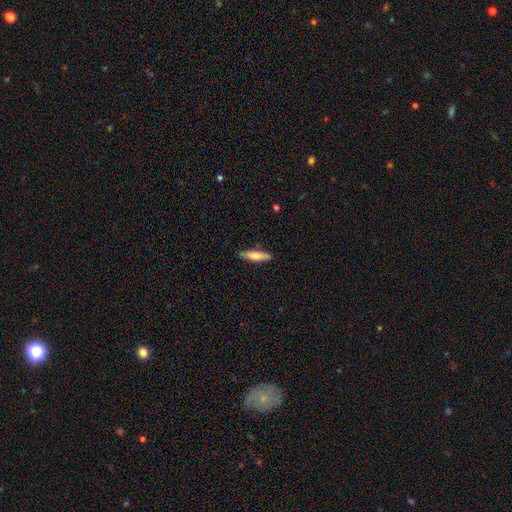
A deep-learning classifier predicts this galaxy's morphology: Overall: smooth (77%). How rounded: cigar-shaped (79%). Merging: none (85%).